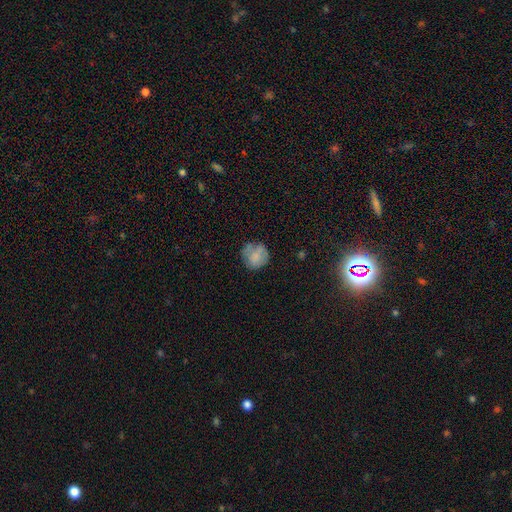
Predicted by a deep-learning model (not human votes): Overall: smooth (70%). How rounded: round (85%). Merging: none (63%; minor disturbance 25%).